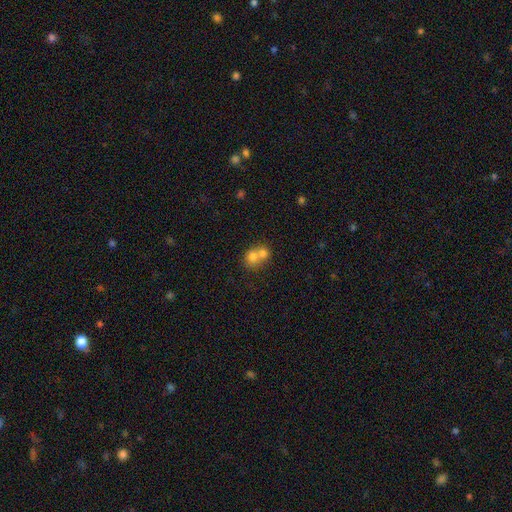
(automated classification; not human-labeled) Smooth or featured?
  - smooth: 73% *
  - featured or disk: 17%
  - star or artifact: 10%
How rounded?
  - round: 73% *
  - in between: 26%
  - cigar-shaped: 1%
Merging?
  - merger: 68% *
  - none: 25%
  - minor disturbance: 5%
  - major disturbance: 2%